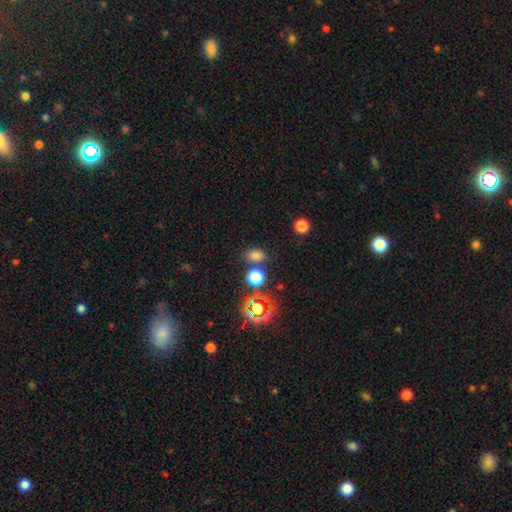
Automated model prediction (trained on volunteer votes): Smooth or featured: smooth — 73% (star or artifact — 22%)
How rounded: in between — 62% (round — 36%)
Merging: none — 70% (merger — 14%)